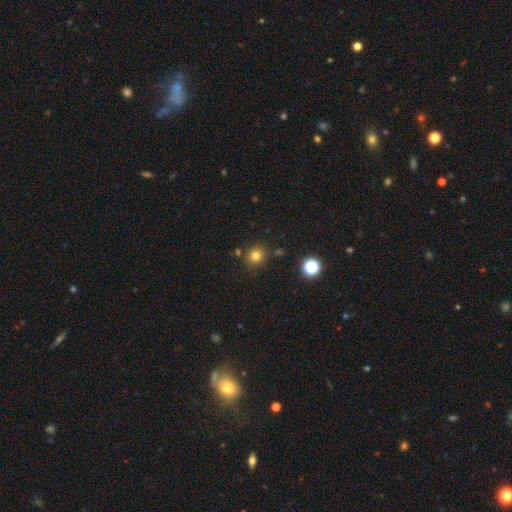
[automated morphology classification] This appears to be a smooth galaxy with no disk features (78%) that is round (85%). Merging: none (83%).